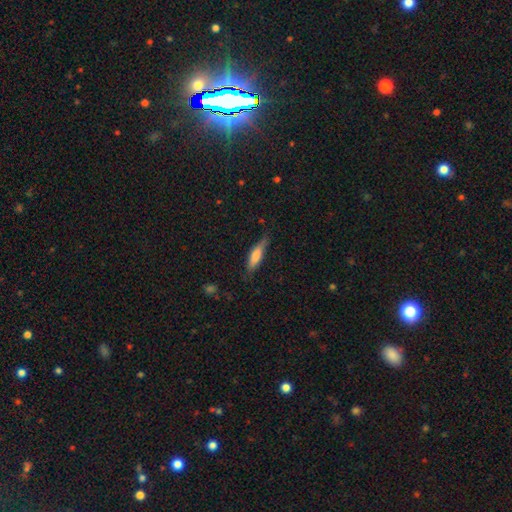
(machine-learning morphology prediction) Smooth or featured: smooth — 66% (featured or disk — 27%)
How rounded: cigar-shaped — 68% (in between — 30%)
Merging: none — 73% (minor disturbance — 21%)